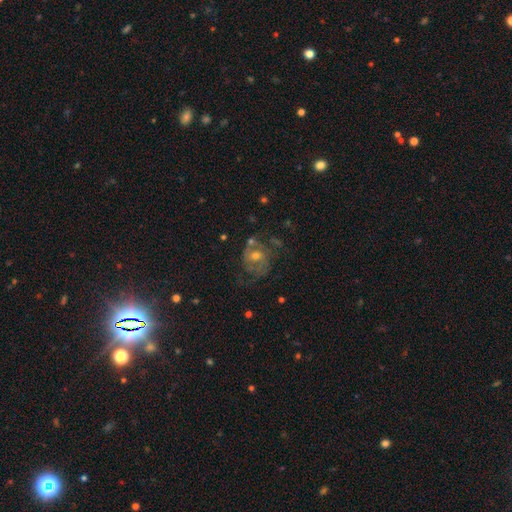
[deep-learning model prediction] smooth-or-featured: featured or disk: 69% | smooth: 20% | star or artifact: 11%
  disk-edge-on: no: 97% | yes: 3%
    bar: no: 62% | weak: 32% | strong: 6%
    has-spiral-arms: yes: 82% | no: 18%
      spiral-winding: medium: 48% | tight: 26% | loose: 26%
      spiral-arm-count: 2: 61% | can't tell: 20% | 1: 7% | 3: 7% | 4: 2% | more than 4: 2%
    bulge-size: moderate: 59% | small: 32% | large: 5% | none: 3% | dominant: 1%
  merging: none: 52% | major disturbance: 22% | minor disturbance: 20% | merger: 5%